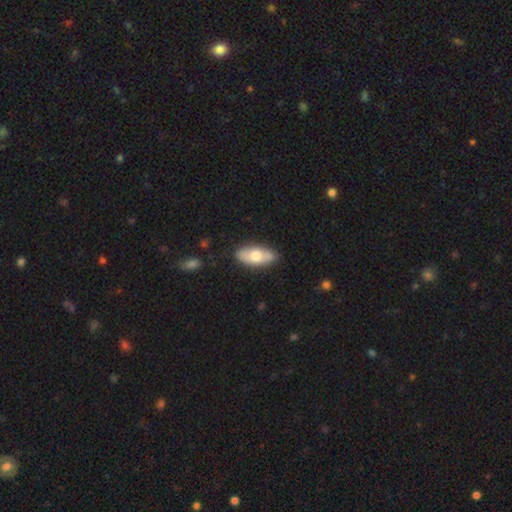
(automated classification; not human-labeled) smooth 62%, featured or disk 32%, star or artifact 5%. Down the decision tree: how rounded — in between (87%); merging — none (84%).